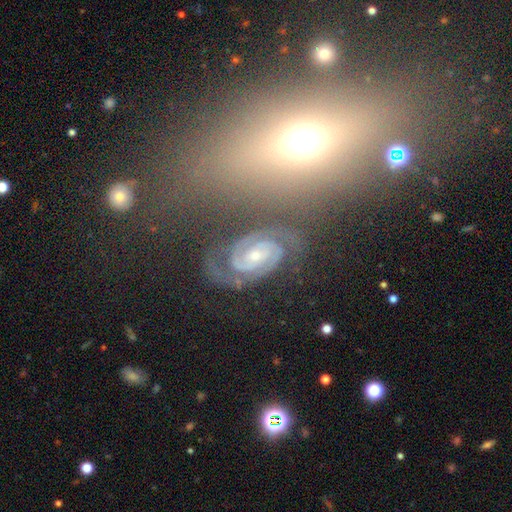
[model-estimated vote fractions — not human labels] Smooth or featured?
  - featured or disk: 89% *
  - star or artifact: 7%
  - smooth: 4%
Edge-on disk?
  - no: 97% *
  - yes: 3%
Bar?
  - no: 47% *
  - weak: 36%
  - strong: 17%
Spiral arms?
  - yes: 98% *
  - no: 2%
Spiral winding?
  - tight: 67% *
  - medium: 29%
  - loose: 5%
Spiral arm count?
  - 2: 86% *
  - 3: 5%
  - can't tell: 4%
  - 1: 2%
  - 4: 2%
  - more than 4: 2%
Bulge size?
  - small: 66% *
  - moderate: 30%
  - none: 2%
  - large: 2%
  - dominant: 1%
Merging?
  - none: 73% *
  - minor disturbance: 15%
  - major disturbance: 7%
  - merger: 5%